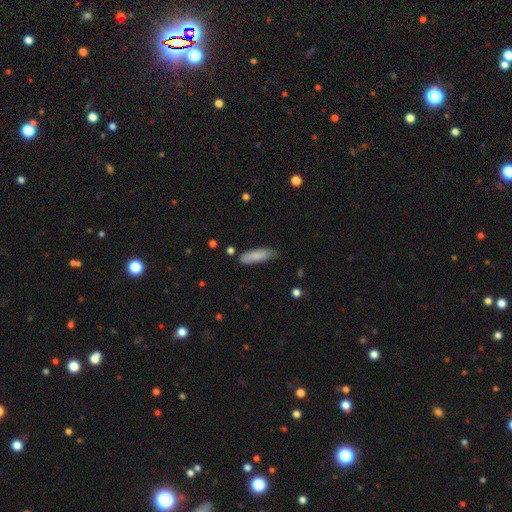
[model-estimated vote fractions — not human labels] smooth-or-featured: smooth: 82% | featured or disk: 12% | star or artifact: 6%
  how-rounded: in between: 50% | cigar-shaped: 48% | round: 2%
  merging: none: 67% | minor disturbance: 26% | major disturbance: 4% | merger: 3%